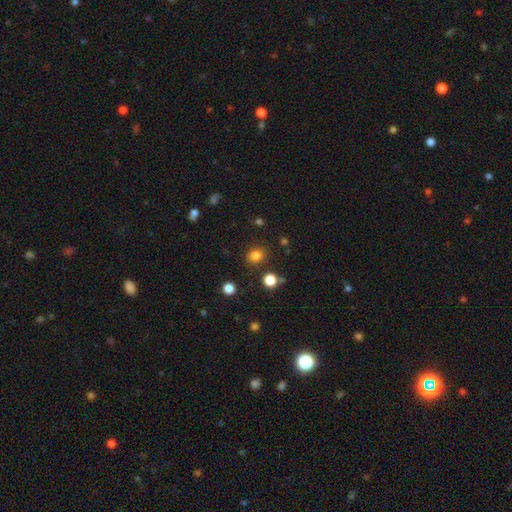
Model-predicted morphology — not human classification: This is clearly a smooth galaxy (81%). How rounded: likely round (77%). Merging: clearly none (86%).